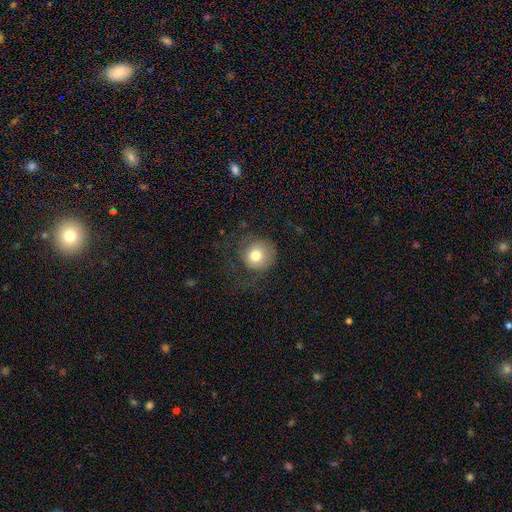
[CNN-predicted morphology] Smooth or featured: smooth — 75% (featured or disk — 15%)
How rounded: round — 92% (in between — 7%)
Merging: none — 56% (major disturbance — 23%)